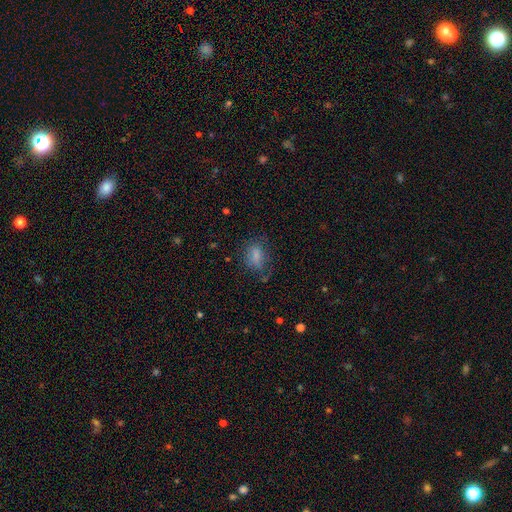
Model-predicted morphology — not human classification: Q: Smooth or featured?
A: smooth (72%); runner-up: featured or disk (16%)
Q: How rounded?
A: in between (79%); runner-up: round (15%)
Q: Merging?
A: none (55%); runner-up: minor disturbance (25%)